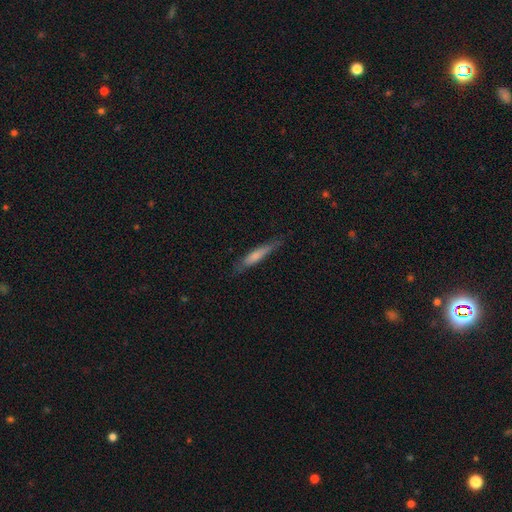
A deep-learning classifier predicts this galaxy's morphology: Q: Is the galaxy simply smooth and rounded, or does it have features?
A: smooth — 66%.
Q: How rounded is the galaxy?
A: cigar-shaped — 89%.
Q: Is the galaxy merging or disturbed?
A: none — 77%.